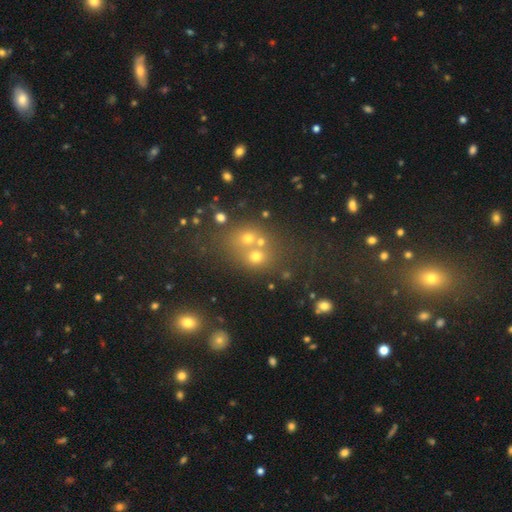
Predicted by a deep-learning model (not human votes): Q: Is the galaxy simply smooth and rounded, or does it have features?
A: smooth — 57%.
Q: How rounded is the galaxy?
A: round — 72%.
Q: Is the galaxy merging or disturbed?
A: none — 45%.